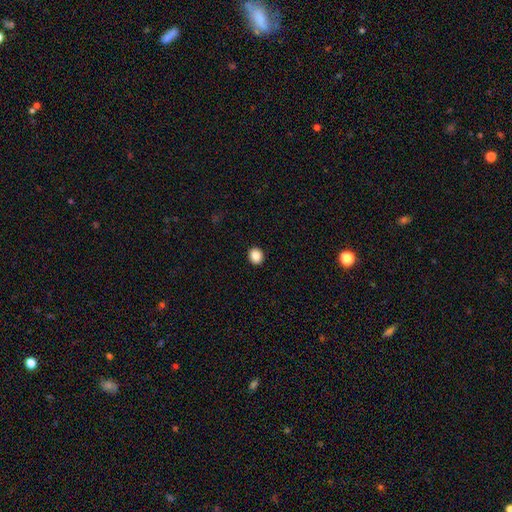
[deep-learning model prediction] smooth 88%, star or artifact 9%, featured or disk 3%. Down the decision tree: how rounded — round (75%); merging — none (92%).